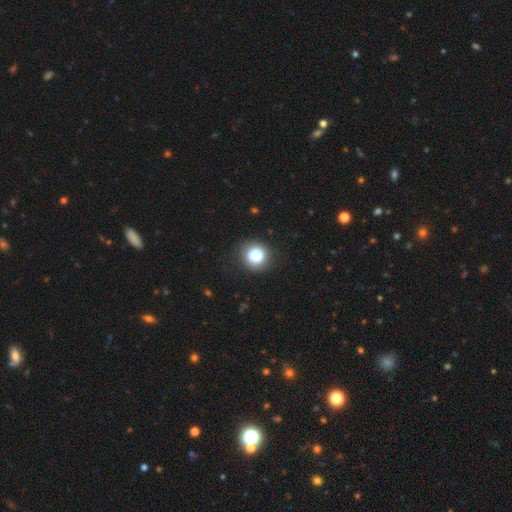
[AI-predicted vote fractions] smooth 82%, star or artifact 10%, featured or disk 8%. Down the decision tree: how rounded — round (88%); merging — none (82%).